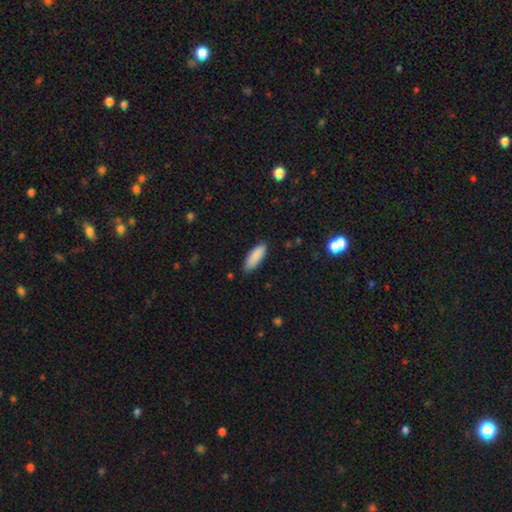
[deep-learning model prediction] smooth_or_featured: smooth (p=0.89) [alt: star or artifact p=0.06]
how_rounded: in between (p=0.65) [alt: cigar-shaped p=0.34]
merging: none (p=0.82) [alt: minor disturbance p=0.15]